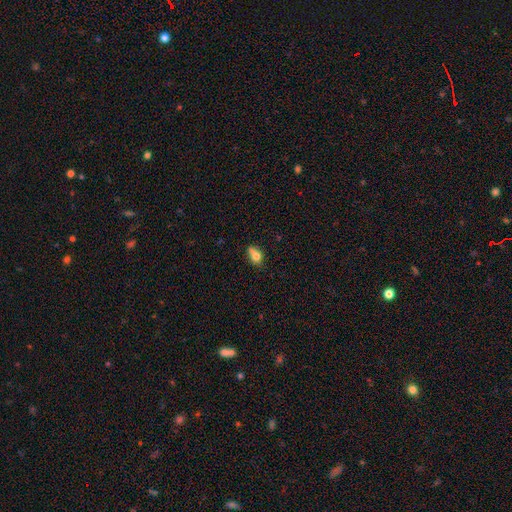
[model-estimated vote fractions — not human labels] Smooth or featured? Predicted: smooth (p=0.70). How rounded? Predicted: in between (p=0.66). Merging? Predicted: none (p=0.40).